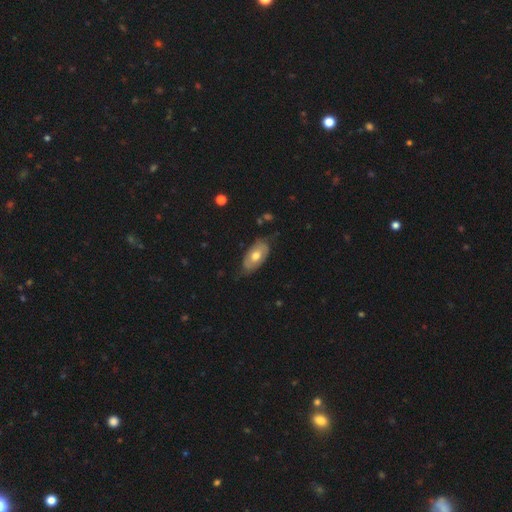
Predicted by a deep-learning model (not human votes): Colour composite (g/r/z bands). It shows a featured or disk galaxy (48%). Merging: none (63%).